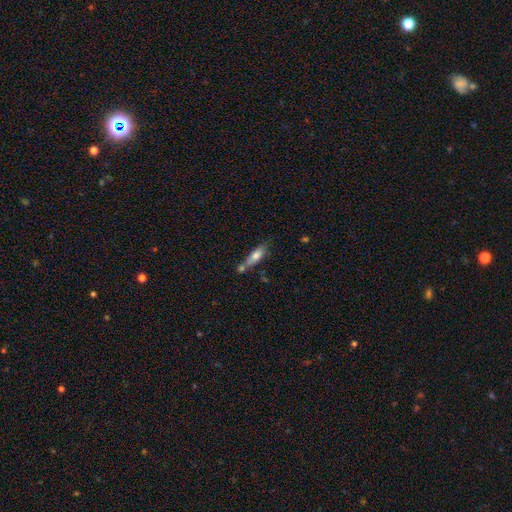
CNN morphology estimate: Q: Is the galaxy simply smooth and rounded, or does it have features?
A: smooth — 68%.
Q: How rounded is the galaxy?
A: in between — 50%.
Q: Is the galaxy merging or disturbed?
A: none — 41%.